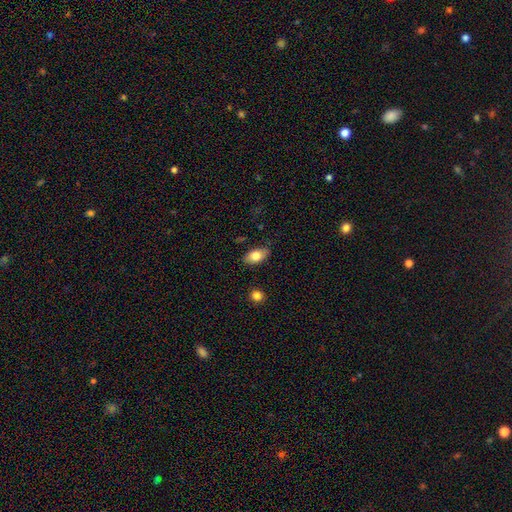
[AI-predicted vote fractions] This is likely a smooth galaxy (77%). How rounded: clearly in between (90%). Merging: clearly none (82%).